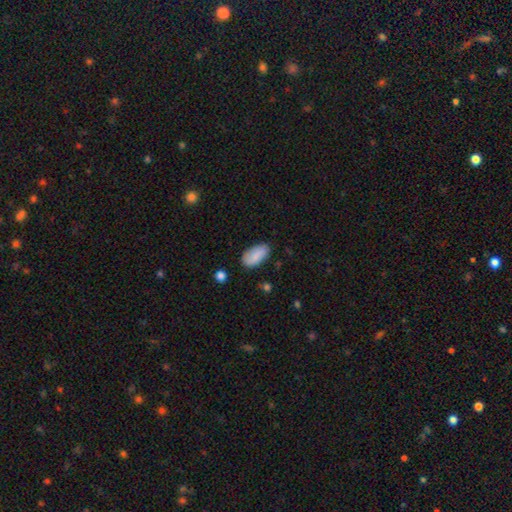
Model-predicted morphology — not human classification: Smooth or featured?
  - smooth: 83% *
  - featured or disk: 10%
  - star or artifact: 6%
How rounded?
  - in between: 94% *
  - cigar-shaped: 3%
  - round: 3%
Merging?
  - none: 79% *
  - minor disturbance: 16%
  - major disturbance: 3%
  - merger: 2%